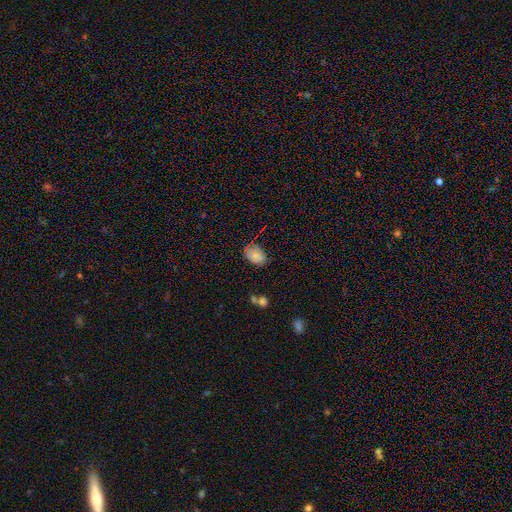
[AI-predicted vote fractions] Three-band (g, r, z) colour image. It shows a smooth galaxy with no disk features (81%) that is in between round and cigar-shaped (77%). Merging: none (68%).